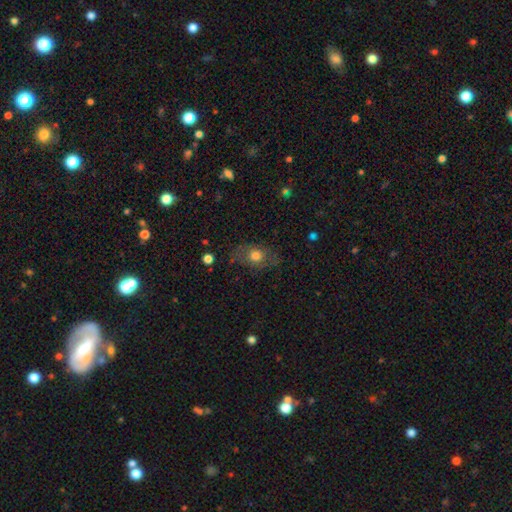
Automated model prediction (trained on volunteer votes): Overall: smooth (66%). How rounded: in between (65%; round 32%). Merging: none (75%).